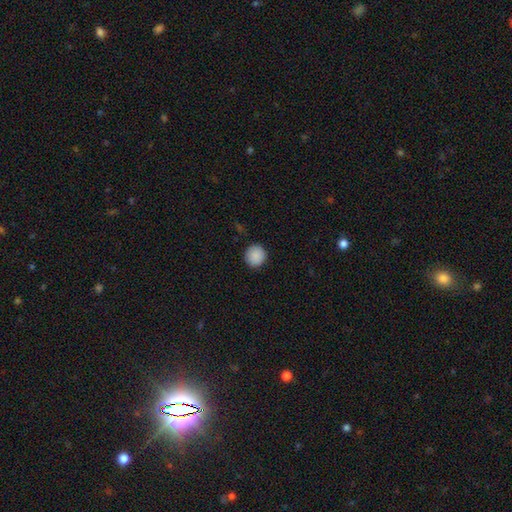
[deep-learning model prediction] Q: Smooth or featured?
A: smooth (90%); runner-up: star or artifact (8%)
Q: How rounded?
A: round (91%); runner-up: in between (8%)
Q: Merging?
A: none (91%); runner-up: minor disturbance (6%)